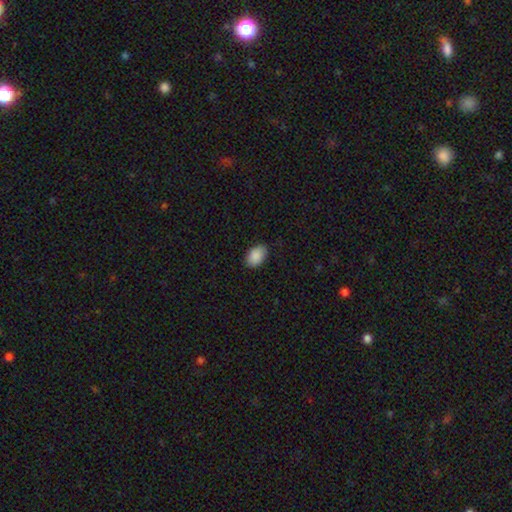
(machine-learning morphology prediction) A smooth galaxy with no disk features (90%) that is in between round and cigar-shaped (89%). Merging: none (85%).